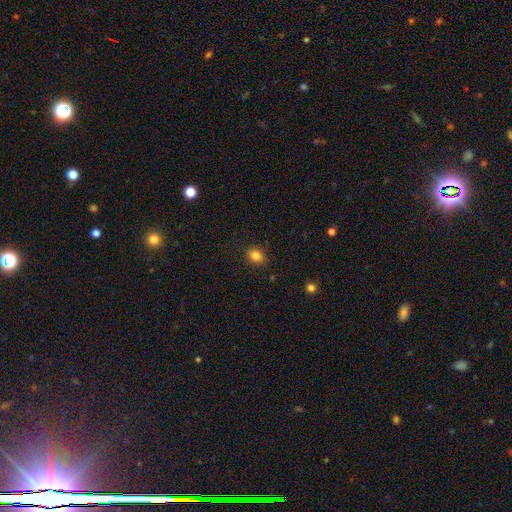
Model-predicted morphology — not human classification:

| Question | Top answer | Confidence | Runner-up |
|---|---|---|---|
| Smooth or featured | smooth | 84% | star or artifact (11%) |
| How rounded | in between | 56% | round (43%) |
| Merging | none | 86% | minor disturbance (10%) |